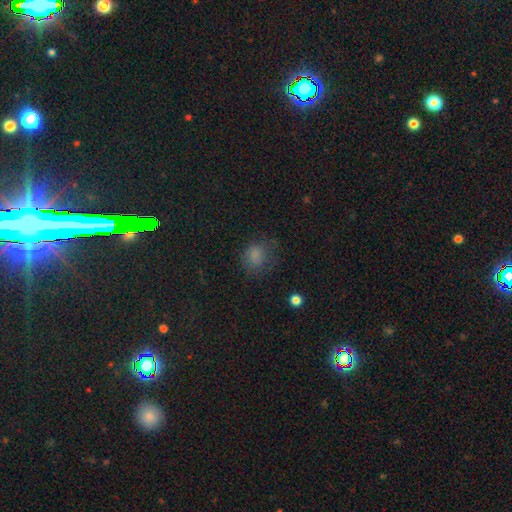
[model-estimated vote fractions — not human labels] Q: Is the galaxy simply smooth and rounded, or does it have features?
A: smooth — 75%.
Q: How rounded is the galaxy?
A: round — 67%.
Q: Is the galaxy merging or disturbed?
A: none — 61%.